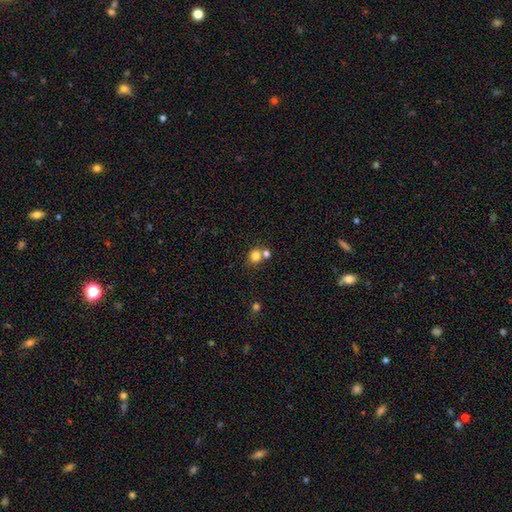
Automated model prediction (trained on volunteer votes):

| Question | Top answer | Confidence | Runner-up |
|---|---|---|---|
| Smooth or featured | smooth | 79% | star or artifact (13%) |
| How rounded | round | 81% | in between (18%) |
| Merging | none | 55% | merger (34%) |